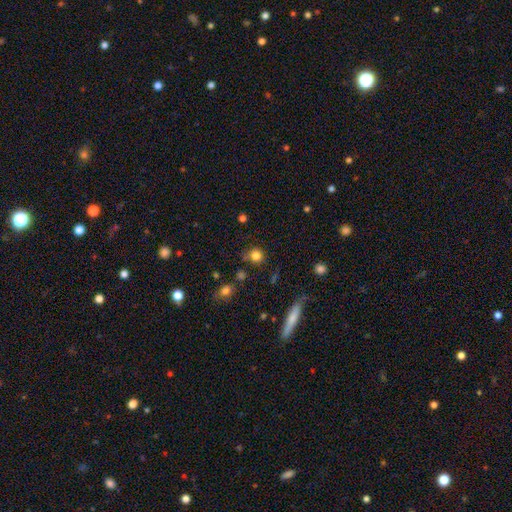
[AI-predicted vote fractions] Smooth or featured? Predicted: smooth (p=0.82). How rounded? Predicted: round (p=0.84). Merging? Predicted: none (p=0.72).